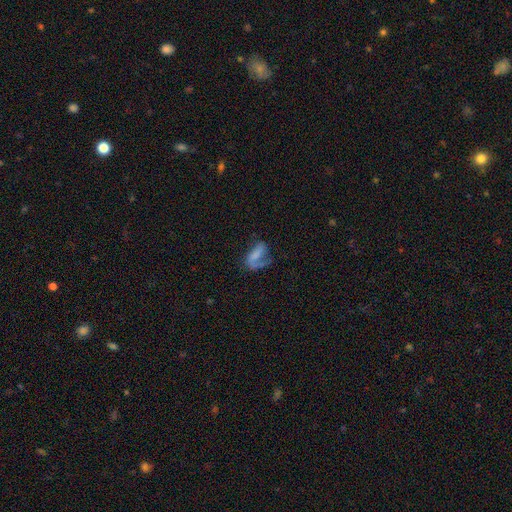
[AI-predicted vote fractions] A featured or disk galaxy (49%). Merging: major disturbance (43%).